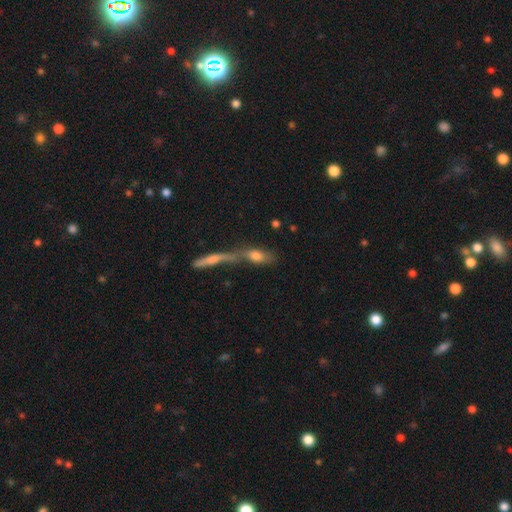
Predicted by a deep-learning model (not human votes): Overall: smooth (62%; featured or disk 27%). How rounded: in between (57%; cigar-shaped 37%). Merging: merger (62%; none 24%).